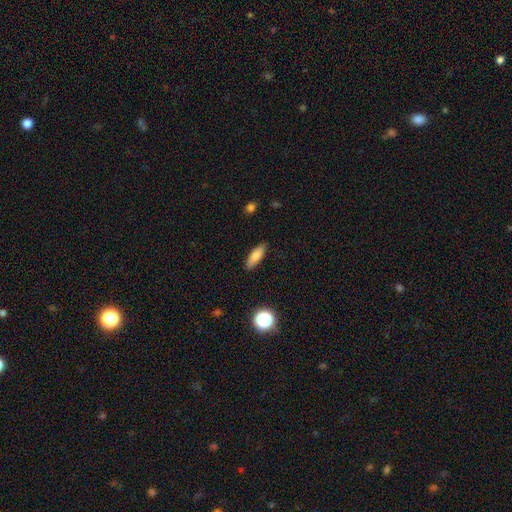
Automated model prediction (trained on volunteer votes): Smooth or featured: smooth — 82% (featured or disk — 10%)
How rounded: in between — 53% (cigar-shaped — 44%)
Merging: none — 87% (minor disturbance — 10%)